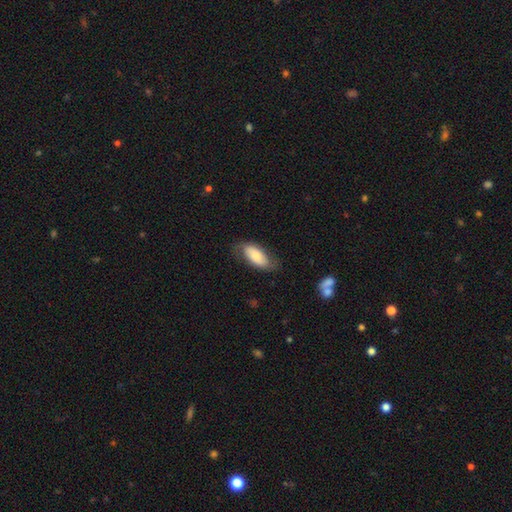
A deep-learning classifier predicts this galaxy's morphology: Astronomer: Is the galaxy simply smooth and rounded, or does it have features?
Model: smooth — 70%.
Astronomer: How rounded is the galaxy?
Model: in between — 88%.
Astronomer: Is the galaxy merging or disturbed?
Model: none — 67%.